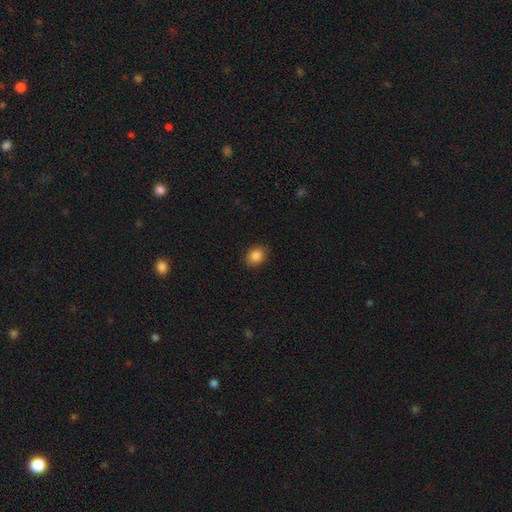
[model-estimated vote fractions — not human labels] Q: Smooth or featured?
A: smooth (86%); runner-up: star or artifact (9%)
Q: How rounded?
A: in between (59%); runner-up: round (40%)
Q: Merging?
A: none (88%); runner-up: minor disturbance (9%)